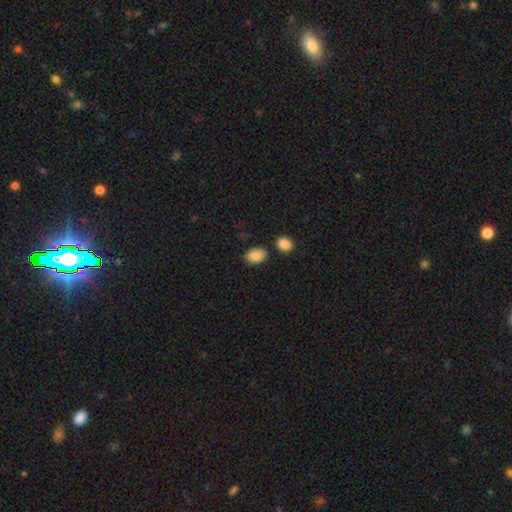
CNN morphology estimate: Smooth or featured: smooth — 89% (star or artifact — 8%)
How rounded: in between — 83% (round — 16%)
Merging: none — 78% (minor disturbance — 12%)